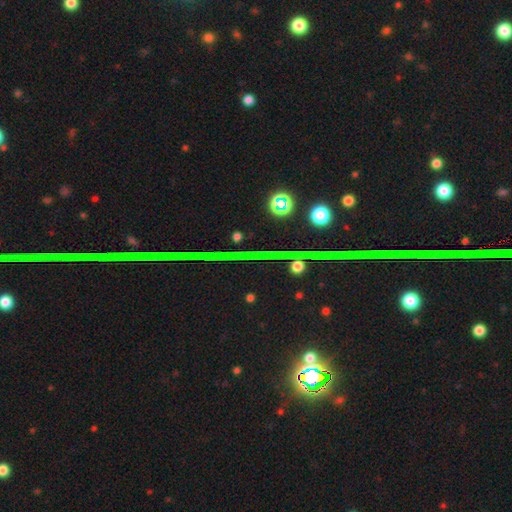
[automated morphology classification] smooth_or_featured: star or artifact (p=0.82) [alt: featured or disk p=0.09]